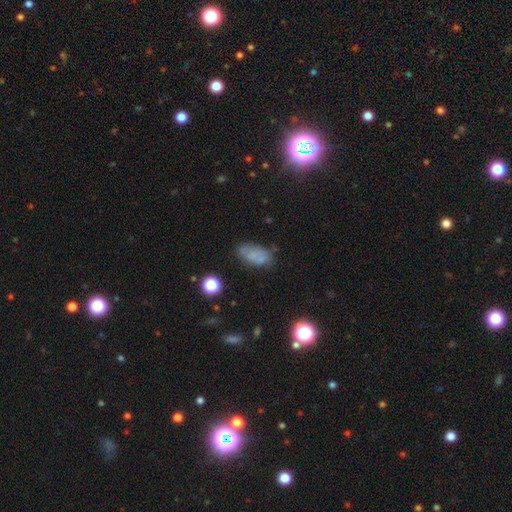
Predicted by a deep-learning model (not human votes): A smooth galaxy with no disk features (63%) that is in between round and cigar-shaped (88%). Merging: none (56%).